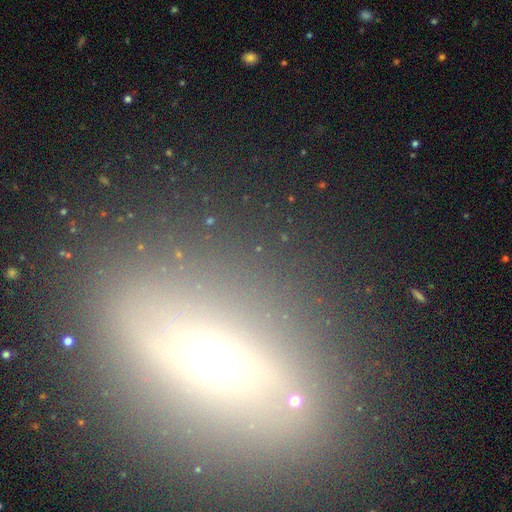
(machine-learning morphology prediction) A smooth galaxy with no disk features (44%). Merging: none (80%).